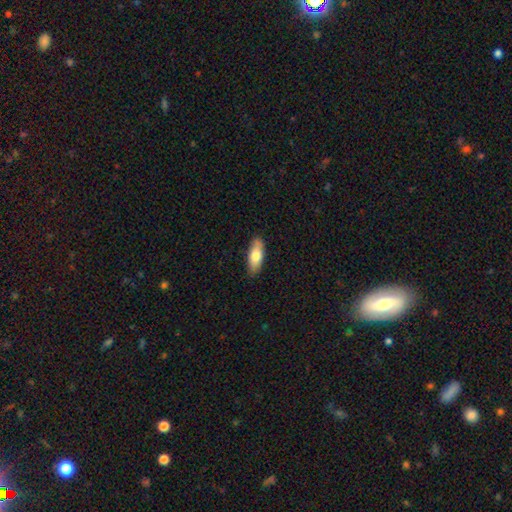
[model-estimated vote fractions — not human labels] A smooth galaxy with no disk features (75%) that is in between round and cigar-shaped (74%).

Vote fractions:
- Smooth or featured? smooth: 75% / featured or disk: 19% / star or artifact: 6%
- How rounded? in between: 74% / cigar-shaped: 24% / round: 2%
- Merging? none: 84% / minor disturbance: 12% / major disturbance: 2% / merger: 1%